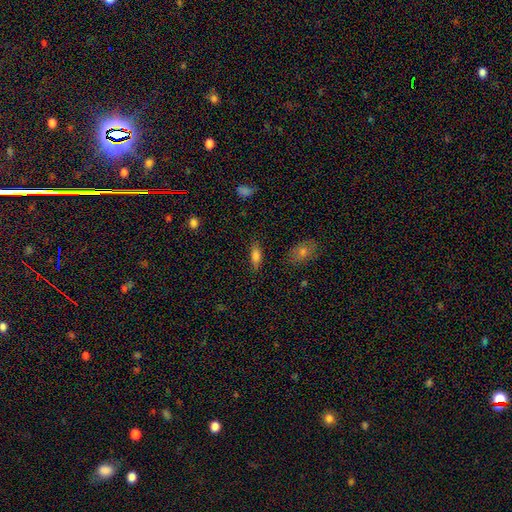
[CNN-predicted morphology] smooth-or-featured: smooth: 78% | featured or disk: 12% | star or artifact: 10%
  how-rounded: in between: 76% | cigar-shaped: 20% | round: 3%
  merging: none: 80% | minor disturbance: 14% | major disturbance: 4% | merger: 2%